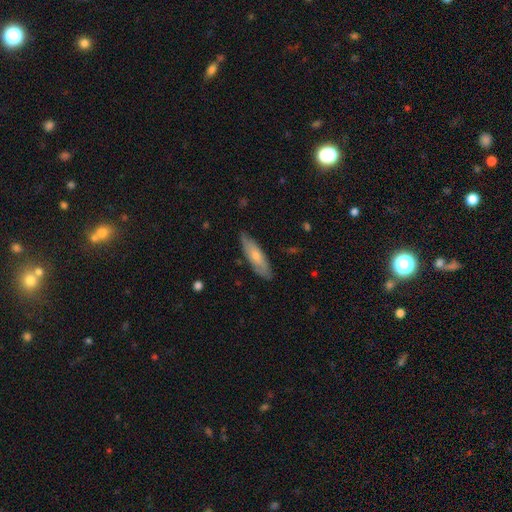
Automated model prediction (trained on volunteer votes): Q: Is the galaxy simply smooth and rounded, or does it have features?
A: smooth — 62%.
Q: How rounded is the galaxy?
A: cigar-shaped — 53%.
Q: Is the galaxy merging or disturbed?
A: none — 79%.